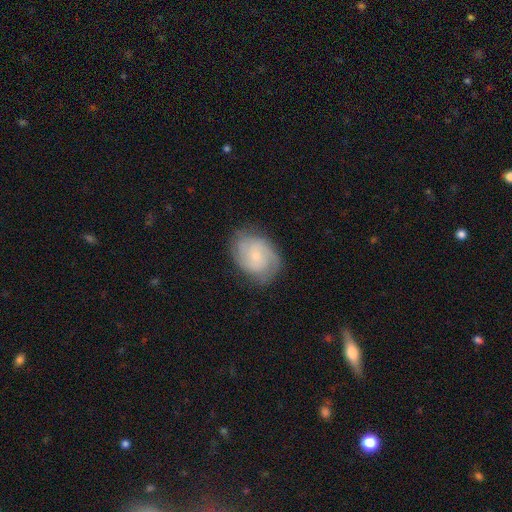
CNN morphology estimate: Smooth or featured: featured or disk — 70% (smooth — 23%)
Edge-on disk: no — 98% (yes — 2%)
Bar: no — 65% (weak — 31%)
Spiral arms: yes — 94% (no — 6%)
Spiral winding: tight — 48% (medium — 40%)
Spiral arm count: 2 — 45% (can't tell — 22%)
Bulge size: small — 71% (moderate — 22%)
Merging: none — 75% (minor disturbance — 18%)